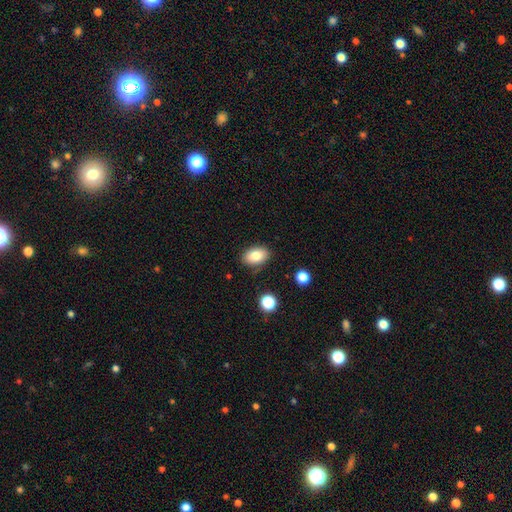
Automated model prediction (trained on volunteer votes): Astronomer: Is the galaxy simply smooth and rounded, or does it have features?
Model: smooth — 81%.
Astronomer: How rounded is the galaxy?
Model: in between — 87%.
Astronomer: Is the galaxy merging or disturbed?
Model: none — 84%.